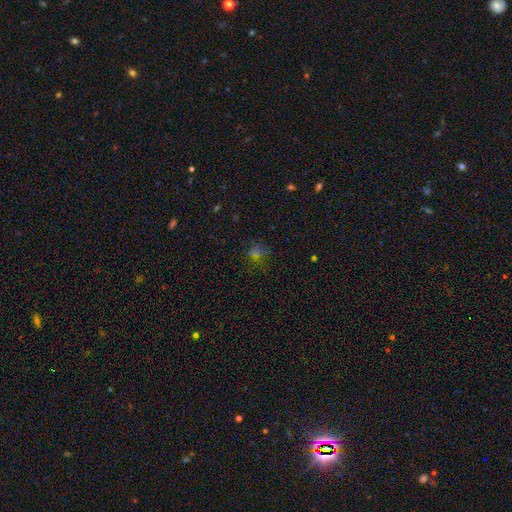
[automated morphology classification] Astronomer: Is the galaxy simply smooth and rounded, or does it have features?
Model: smooth — 45% (runner-up: star or artifact, 42%).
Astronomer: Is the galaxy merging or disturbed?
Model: none — 71%.